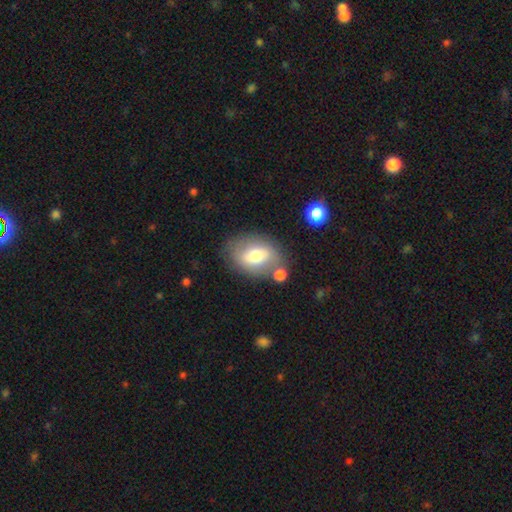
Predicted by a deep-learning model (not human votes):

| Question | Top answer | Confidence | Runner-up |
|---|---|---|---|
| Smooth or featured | smooth | 61% | featured or disk (31%) |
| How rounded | in between | 79% | round (20%) |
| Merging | none | 64% | minor disturbance (17%) |